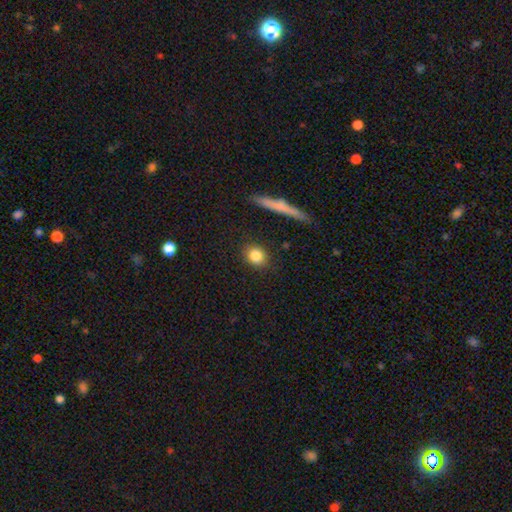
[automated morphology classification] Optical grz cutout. It shows a smooth galaxy with no disk features (83%) that is round (73%). Merging: none (88%).